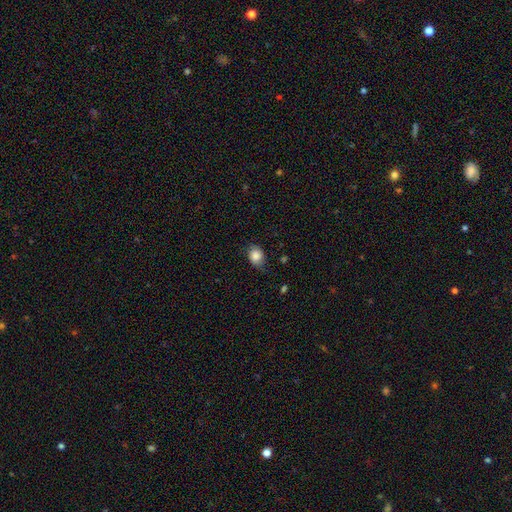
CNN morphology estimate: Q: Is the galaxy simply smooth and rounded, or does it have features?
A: smooth — 82%.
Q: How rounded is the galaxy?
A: in between — 57%.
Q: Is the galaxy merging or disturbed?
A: none — 69%.